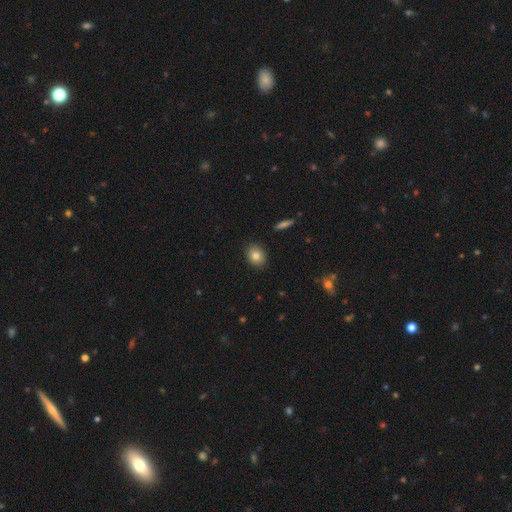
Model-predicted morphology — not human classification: A smooth galaxy with no disk features (82%) that is round (53%).

Vote fractions:
- Smooth or featured? smooth: 82% / star or artifact: 9% / featured or disk: 8%
- How rounded? round: 53% / in between: 46% / cigar-shaped: 1%
- Merging? none: 90% / minor disturbance: 7% / major disturbance: 2% / merger: 1%